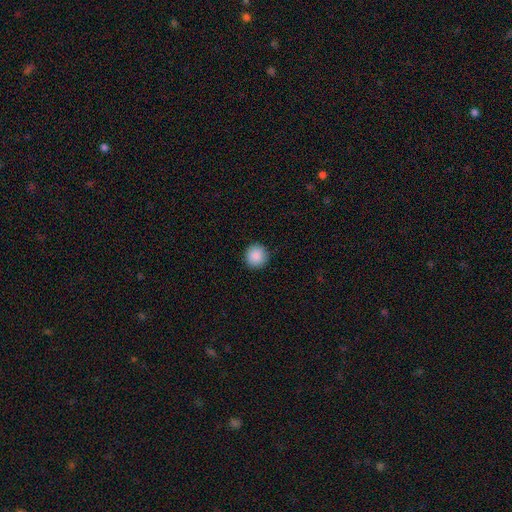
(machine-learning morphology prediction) type=smooth (89%); roundness=round (95%); merging=none (92%).